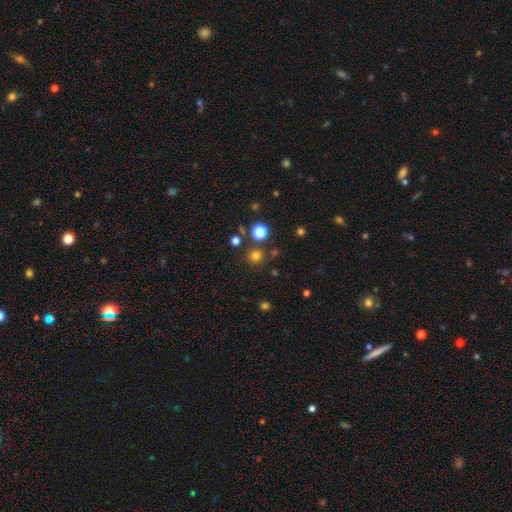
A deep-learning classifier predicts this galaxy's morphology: The model was most divided on "smooth or featured": smooth: 75%, star or artifact: 19%, featured or disk: 5%. More confident: how rounded — round (93%); merging — none (85%).